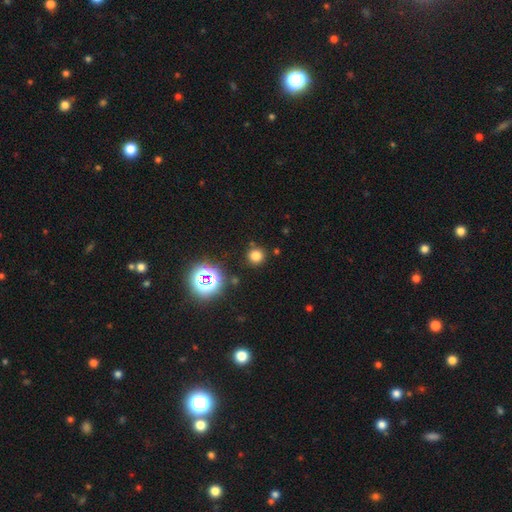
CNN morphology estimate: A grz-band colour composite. It shows a smooth galaxy with no disk features (73%) that is round (93%). Merging: none (87%).